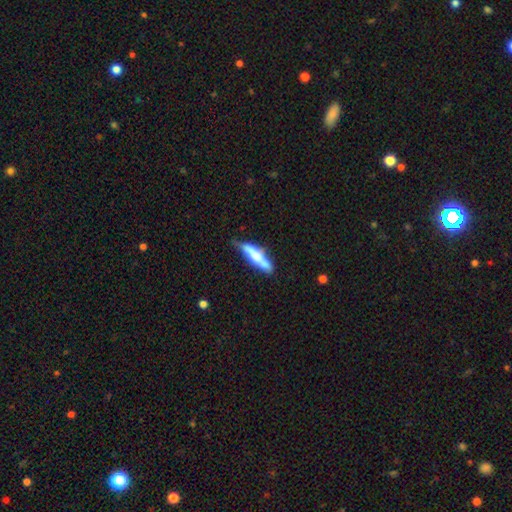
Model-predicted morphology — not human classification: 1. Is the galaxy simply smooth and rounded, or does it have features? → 53% smooth, 41% featured or disk, 6% star or artifact.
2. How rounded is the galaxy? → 76% cigar-shaped, 23% in between, 2% round.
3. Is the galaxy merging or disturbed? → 53% none, 29% minor disturbance, 9% merger, 8% major disturbance.